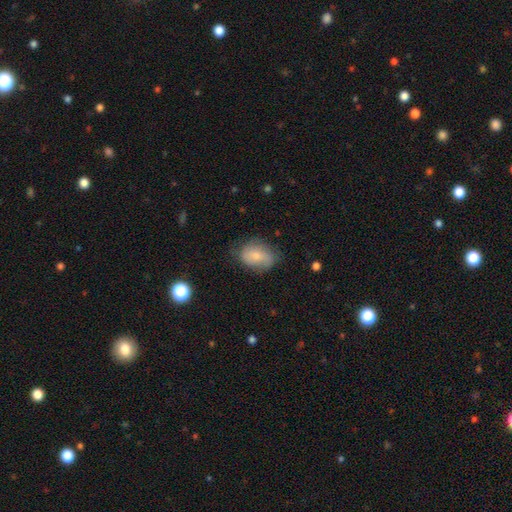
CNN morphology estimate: Smooth or featured? smooth (64%)
How rounded? in between (71%)
Merging? none (60%)